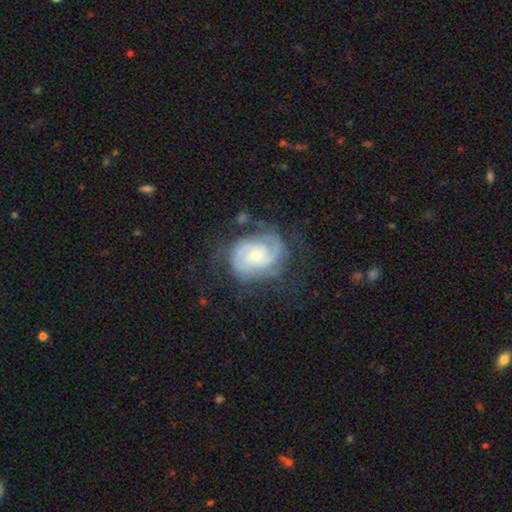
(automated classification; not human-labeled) Smooth or featured?
  - featured or disk: 85% *
  - smooth: 10%
  - star or artifact: 5%
Edge-on disk?
  - no: 98% *
  - yes: 2%
Bar?
  - no: 67% *
  - weak: 28%
  - strong: 5%
Spiral arms?
  - yes: 96% *
  - no: 4%
Spiral winding?
  - tight: 57% *
  - medium: 34%
  - loose: 9%
Spiral arm count?
  - 2: 44% *
  - can't tell: 22%
  - 3: 20%
  - 1: 6%
  - 4: 4%
  - more than 4: 3%
Bulge size?
  - small: 55% *
  - moderate: 41%
  - large: 2%
  - none: 1%
  - dominant: 1%
Merging?
  - none: 60% *
  - minor disturbance: 22%
  - major disturbance: 16%
  - merger: 2%